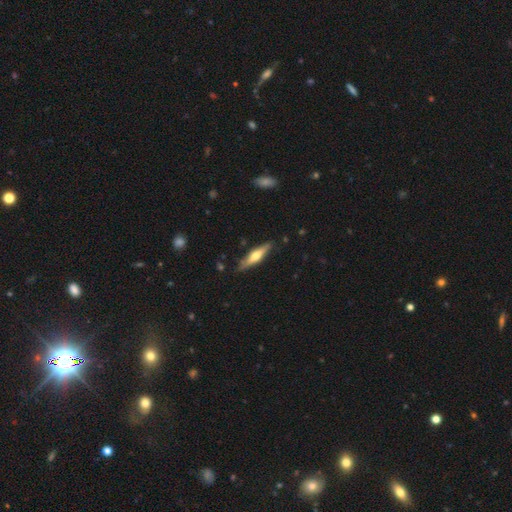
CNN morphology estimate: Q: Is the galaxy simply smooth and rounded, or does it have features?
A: featured or disk — 51%.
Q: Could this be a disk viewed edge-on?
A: yes — 92%.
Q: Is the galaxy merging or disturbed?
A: none — 84%.